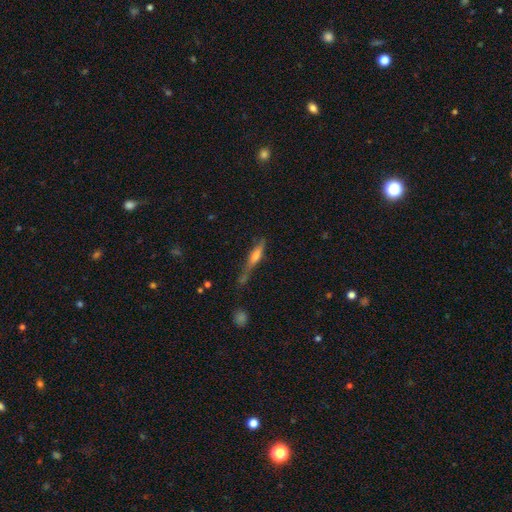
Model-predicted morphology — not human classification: This appears to be a featured or disk galaxy (54%) viewed edge-on (91%). Merging: none (57%).